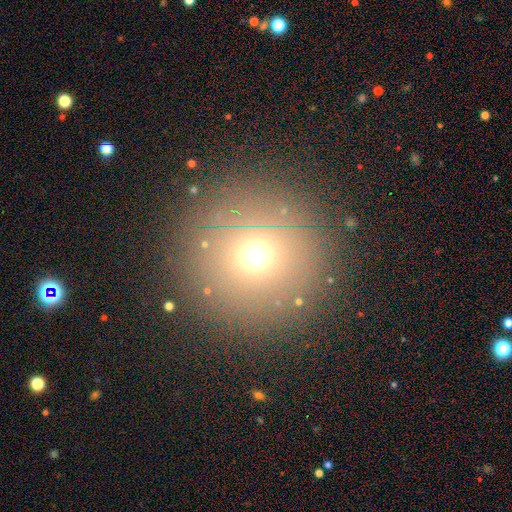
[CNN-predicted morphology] Smooth or featured? Predicted: smooth (p=0.64). How rounded? Predicted: round (p=0.95). Merging? Predicted: none (p=0.87).